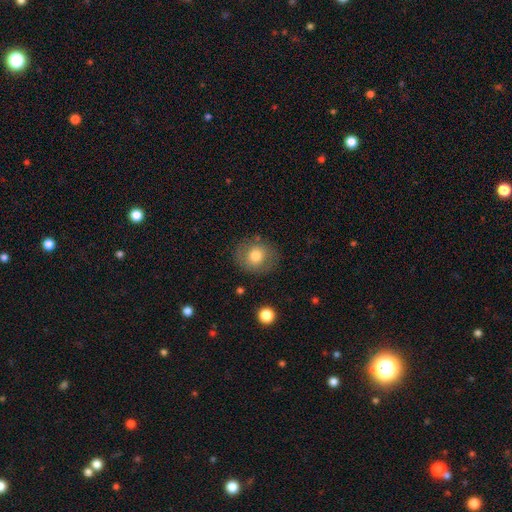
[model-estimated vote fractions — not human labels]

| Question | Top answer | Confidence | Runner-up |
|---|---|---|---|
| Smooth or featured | smooth | 73% | featured or disk (18%) |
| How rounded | round | 78% | in between (21%) |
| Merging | none | 82% | minor disturbance (12%) |